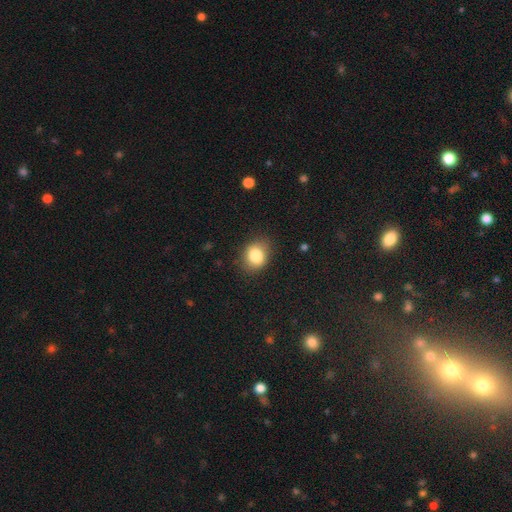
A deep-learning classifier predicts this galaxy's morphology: Smooth or featured: smooth — 83% (star or artifact — 9%)
How rounded: round — 56% (in between — 43%)
Merging: none — 80% (minor disturbance — 15%)